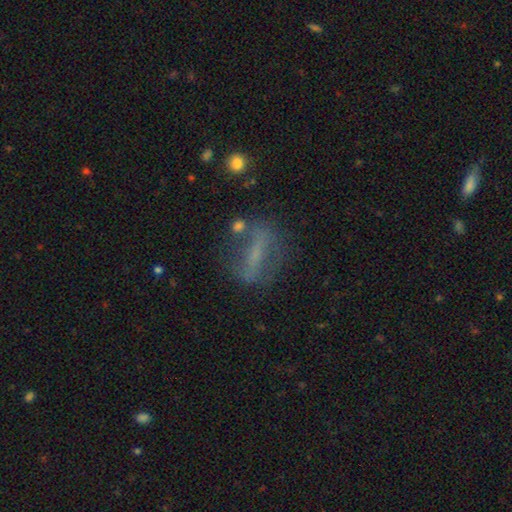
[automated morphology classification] Smooth or featured: featured or disk — 52% (smooth — 32%)
Edge-on disk: no — 70% (yes — 30%)
Merging: none — 64% (minor disturbance — 17%)